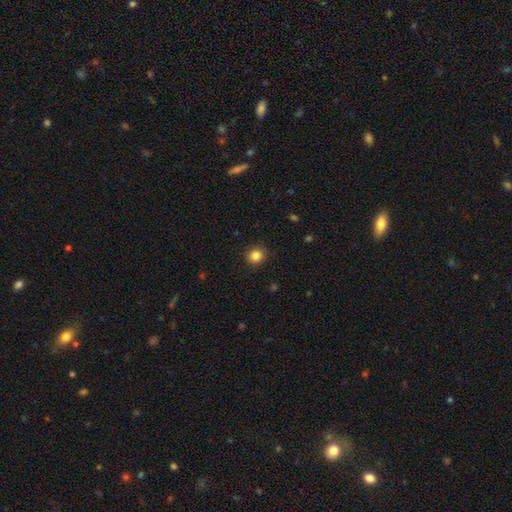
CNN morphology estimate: This is clearly a smooth galaxy (85%). How rounded: clearly round (90%). Merging: clearly none (91%).